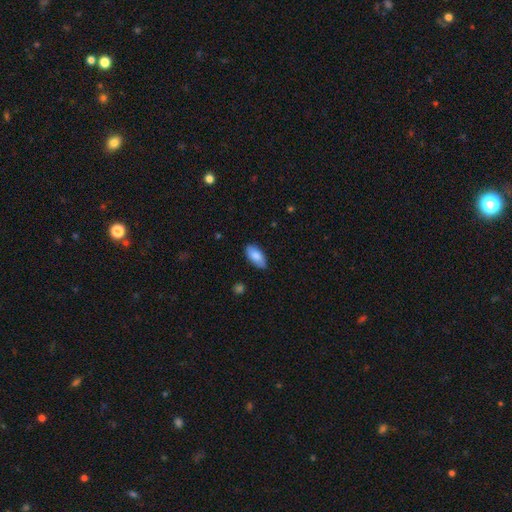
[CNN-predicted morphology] Smooth or featured? smooth (82%)
How rounded? in between (92%)
Merging? none (85%)